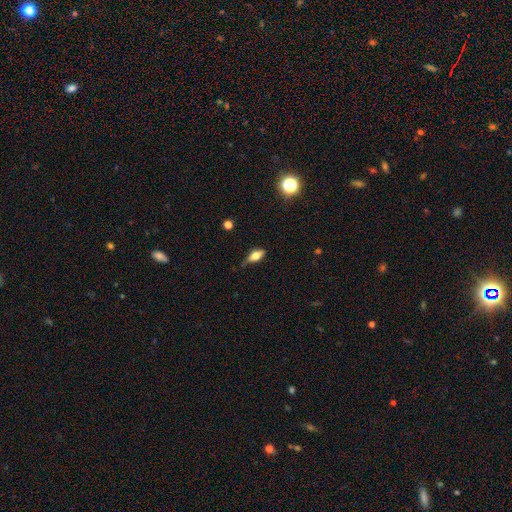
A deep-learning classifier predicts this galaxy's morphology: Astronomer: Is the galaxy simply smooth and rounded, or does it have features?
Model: smooth — 60%.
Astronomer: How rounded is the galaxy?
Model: in between — 76%.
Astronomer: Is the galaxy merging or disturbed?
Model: none — 60%.